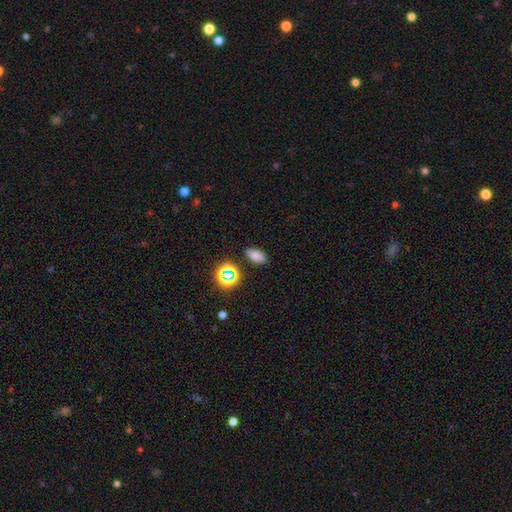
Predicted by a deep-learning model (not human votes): smooth-or-featured: smooth: 76% | star or artifact: 18% | featured or disk: 6%
  how-rounded: in between: 89% | round: 8% | cigar-shaped: 3%
  merging: none: 85% | minor disturbance: 10% | major disturbance: 3% | merger: 2%